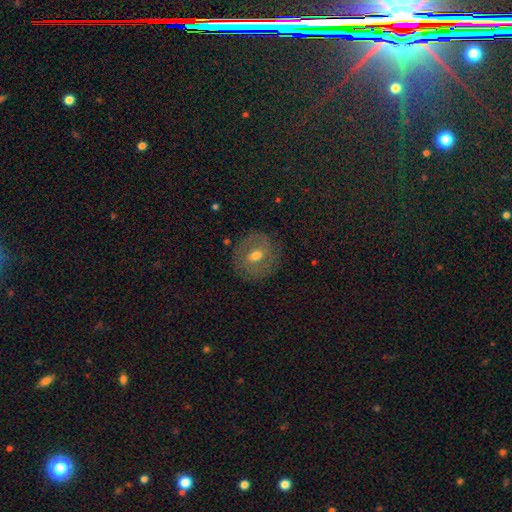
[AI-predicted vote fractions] smooth-or-featured: featured or disk: 46% | smooth: 44% | star or artifact: 11%
  merging: none: 83% | minor disturbance: 11% | major disturbance: 4% | merger: 1%